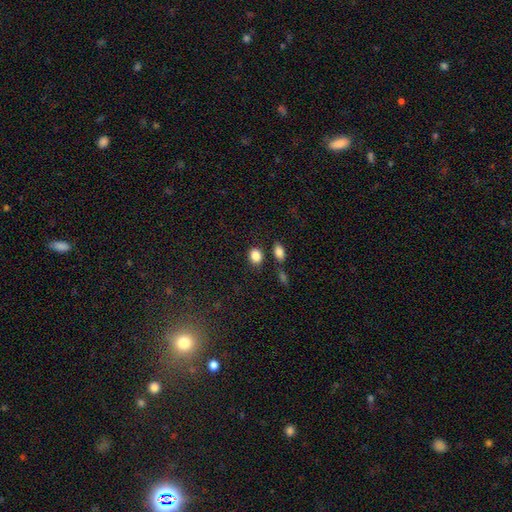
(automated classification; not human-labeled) A smooth galaxy with no disk features (86%) that is round (51%). Merging: none (76%).